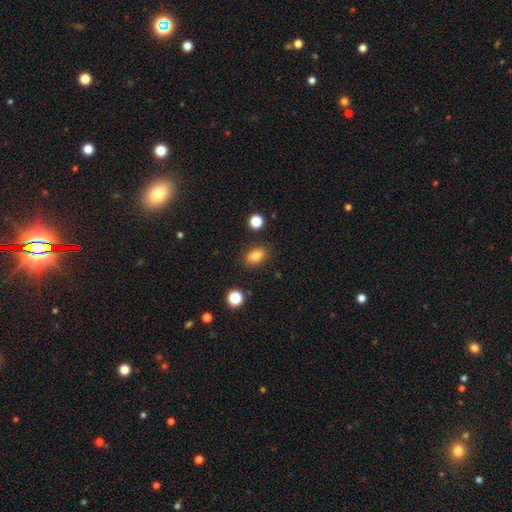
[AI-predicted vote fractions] This is clearly a smooth galaxy (81%). How rounded: clearly in between (82%). Merging: clearly none (85%).